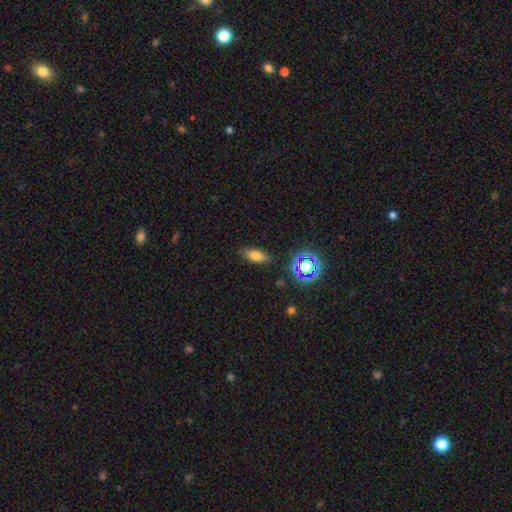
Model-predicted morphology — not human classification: This appears to be a smooth galaxy with no disk features (72%) that is in between round and cigar-shaped (79%). Merging: none (84%).